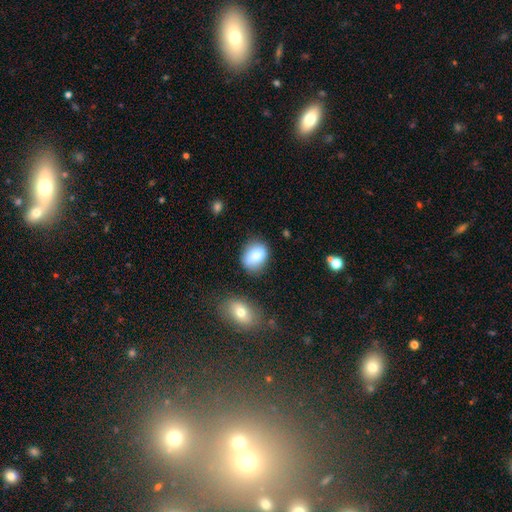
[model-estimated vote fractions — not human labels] Smooth or featured? Predicted: smooth (p=0.80). How rounded? Predicted: in between (p=0.61). Merging? Predicted: none (p=0.72).